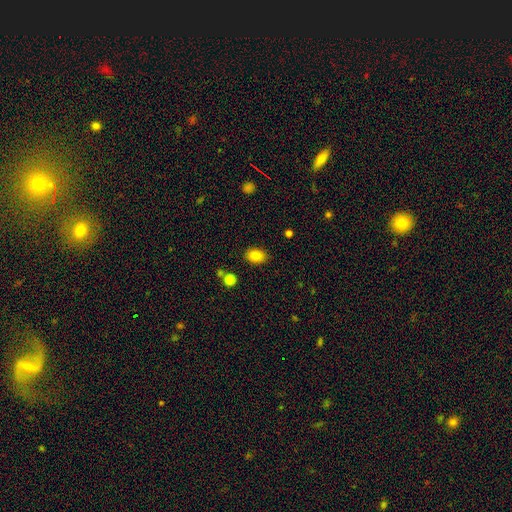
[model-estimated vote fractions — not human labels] Smooth or featured? Predicted: smooth (p=0.84). How rounded? Predicted: in between (p=0.78). Merging? Predicted: none (p=0.87).